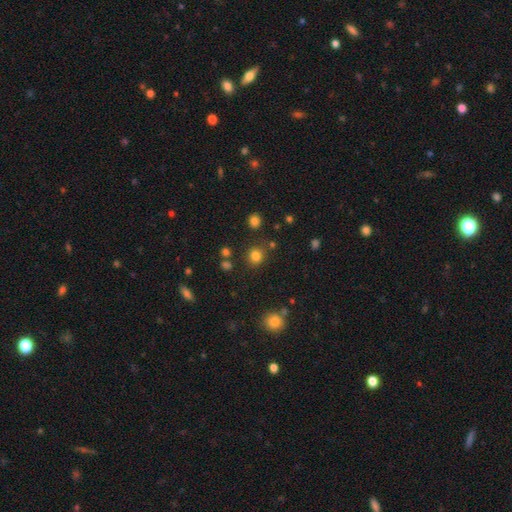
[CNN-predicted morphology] Smooth or featured?
  - smooth: 80% *
  - star or artifact: 15%
  - featured or disk: 6%
How rounded?
  - round: 83% *
  - in between: 16%
  - cigar-shaped: 1%
Merging?
  - none: 83% *
  - minor disturbance: 9%
  - merger: 5%
  - major disturbance: 3%